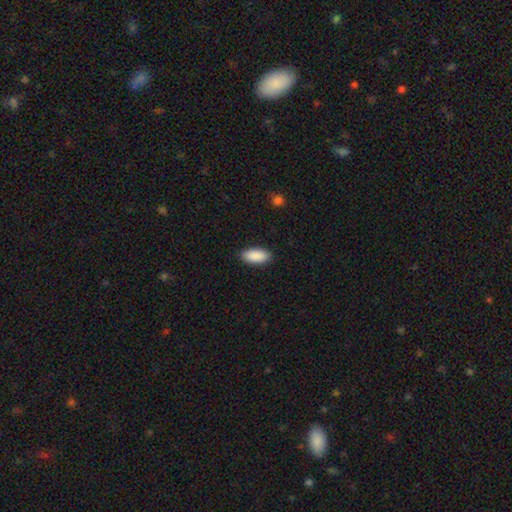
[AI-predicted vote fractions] This appears to be a smooth galaxy with no disk features (91%) that is in between round and cigar-shaped (91%). Merging: none (89%).